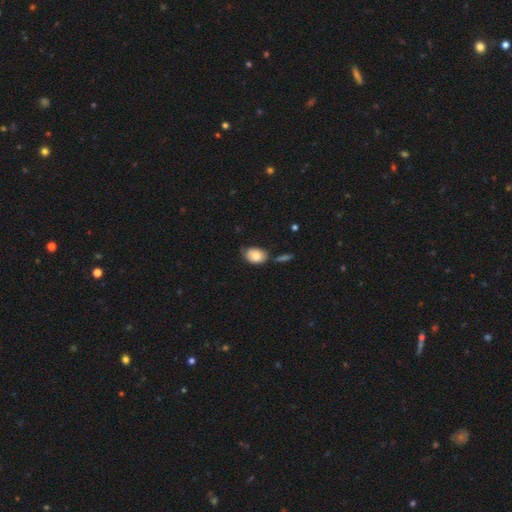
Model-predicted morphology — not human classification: Q: Smooth or featured?
A: smooth (81%); runner-up: featured or disk (12%)
Q: How rounded?
A: in between (80%); runner-up: round (19%)
Q: Merging?
A: none (63%); runner-up: minor disturbance (23%)